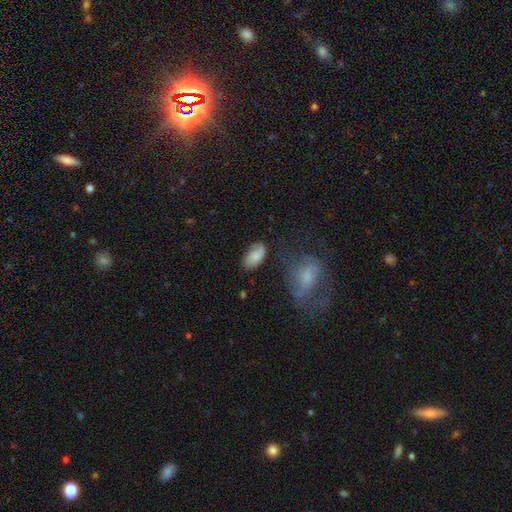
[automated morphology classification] This is likely a smooth galaxy (74%). How rounded: clearly in between (93%). Merging: likely none (61%).